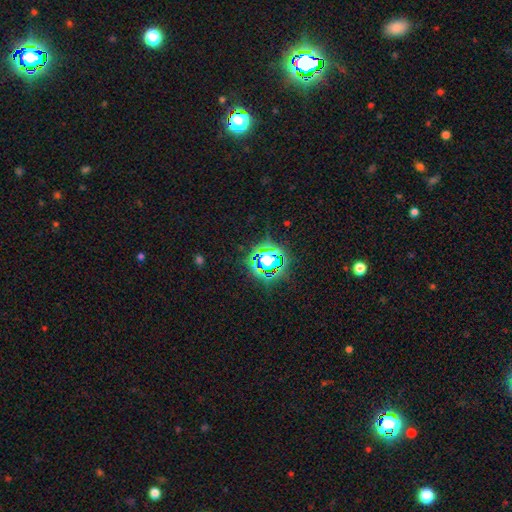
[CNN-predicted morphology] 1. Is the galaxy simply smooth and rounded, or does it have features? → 80% star or artifact, 13% smooth, 7% featured or disk.